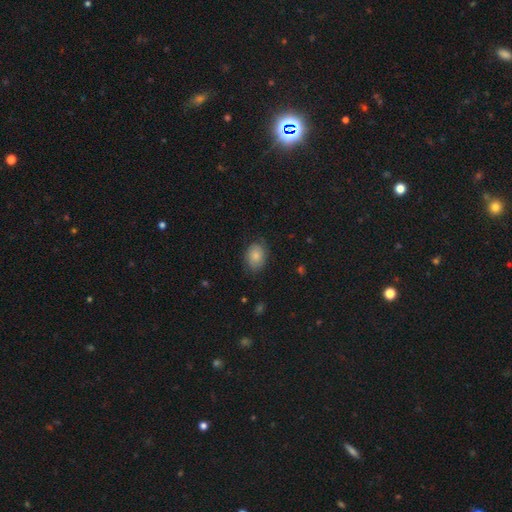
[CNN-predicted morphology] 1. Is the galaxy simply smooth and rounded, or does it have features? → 70% smooth, 22% featured or disk, 8% star or artifact.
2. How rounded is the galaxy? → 70% in between, 29% round, 1% cigar-shaped.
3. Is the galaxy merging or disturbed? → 73% none, 20% minor disturbance, 6% major disturbance, 1% merger.